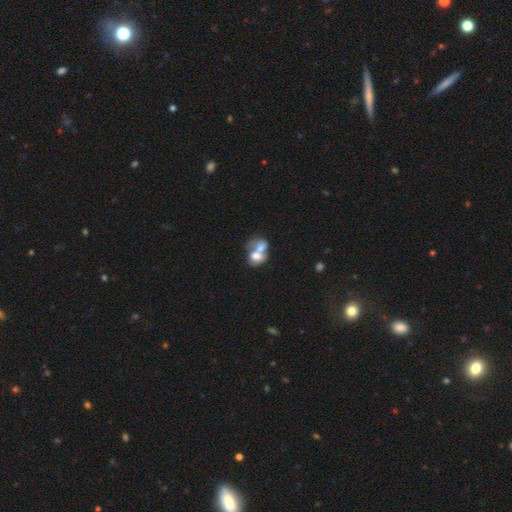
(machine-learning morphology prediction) Smooth or featured? smooth (64%)
How rounded? in between (54%)
Merging? merger (77%)